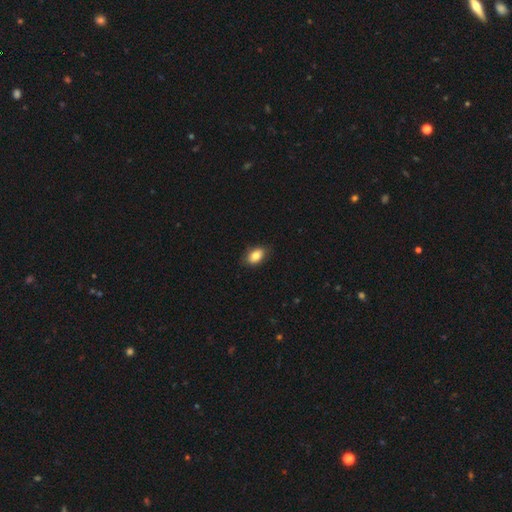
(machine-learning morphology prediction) smooth-or-featured: smooth: 83% | featured or disk: 9% | star or artifact: 8%
  how-rounded: in between: 88% | round: 10% | cigar-shaped: 2%
  merging: none: 83% | minor disturbance: 14% | major disturbance: 2% | merger: 1%